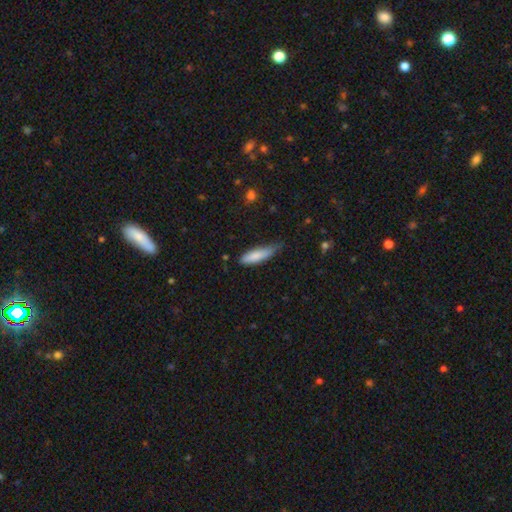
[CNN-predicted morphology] Smooth or featured?
  - smooth: 82% *
  - featured or disk: 12%
  - star or artifact: 6%
How rounded?
  - cigar-shaped: 65% *
  - in between: 34%
  - round: 2%
Merging?
  - none: 51% *
  - minor disturbance: 40%
  - major disturbance: 7%
  - merger: 2%